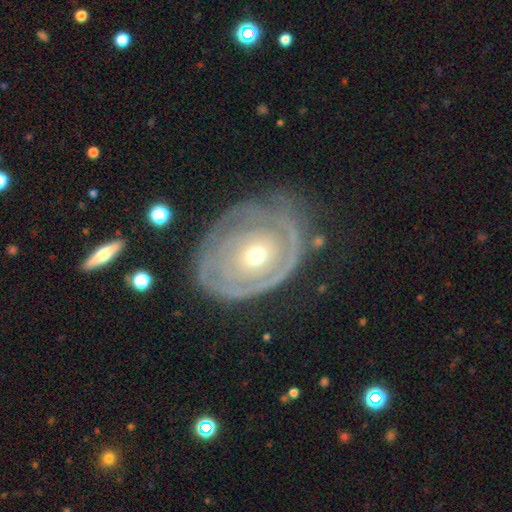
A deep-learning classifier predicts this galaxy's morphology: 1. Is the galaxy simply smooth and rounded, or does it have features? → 77% featured or disk, 17% smooth, 6% star or artifact.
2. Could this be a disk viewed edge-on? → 95% no, 5% yes.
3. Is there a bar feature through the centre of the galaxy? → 85% no, 11% weak, 4% strong.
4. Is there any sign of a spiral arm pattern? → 69% yes, 31% no.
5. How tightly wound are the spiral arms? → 79% tight, 14% medium, 7% loose.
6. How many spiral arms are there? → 44% can't tell, 21% 1, 18% 2, 9% 3, 4% 4, 4% more than 4.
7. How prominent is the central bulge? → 52% moderate, 43% small, 3% large, 1% dominant, 1% none.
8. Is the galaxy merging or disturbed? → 63% none, 22% minor disturbance, 13% major disturbance, 2% merger.